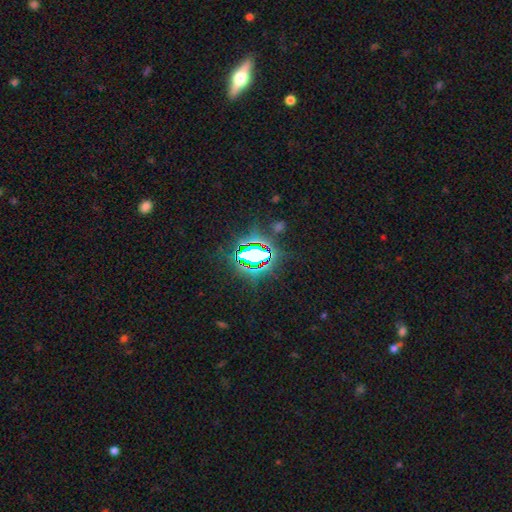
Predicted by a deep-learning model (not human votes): This appears to be a star or artifact, not a galaxy (76%).